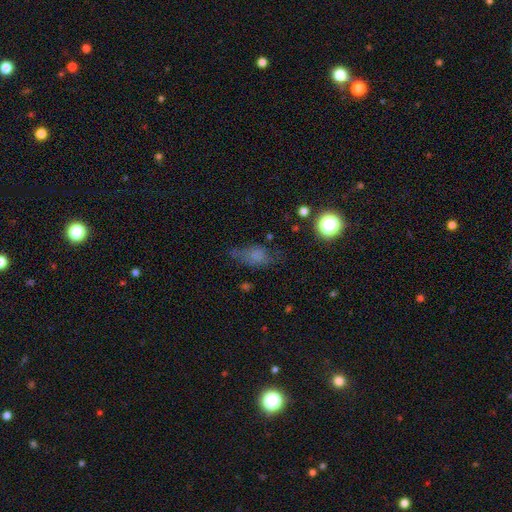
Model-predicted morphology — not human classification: Smooth or featured? smooth (63%)
How rounded? in between (73%)
Merging? none (49%)